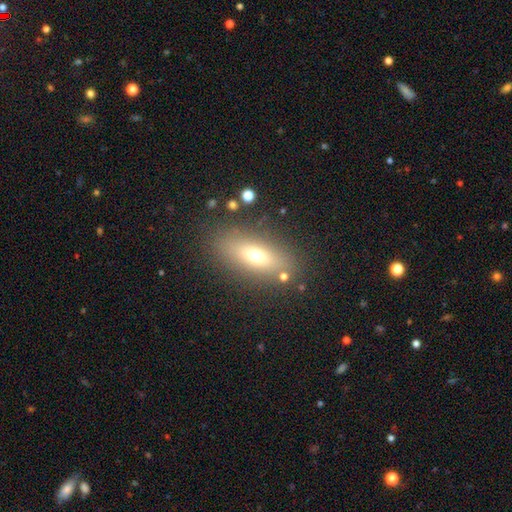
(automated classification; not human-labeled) The model was most divided on "smooth or featured": smooth: 64%, featured or disk: 24%, star or artifact: 12%. More confident: merging — none (82%); how rounded — in between (71%).